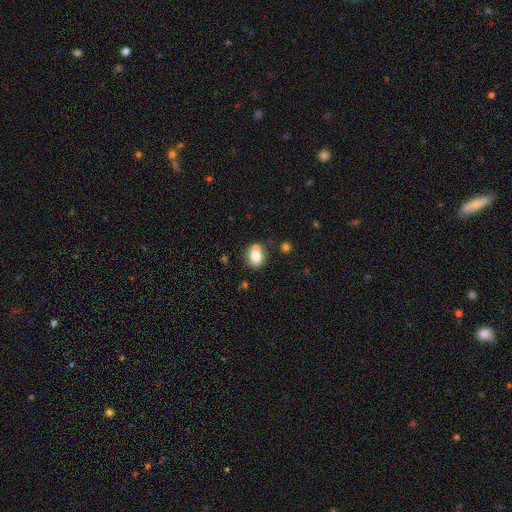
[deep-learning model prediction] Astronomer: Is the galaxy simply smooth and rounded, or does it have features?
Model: smooth — 76%.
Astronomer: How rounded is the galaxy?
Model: round — 59% (runner-up: in between, 40%).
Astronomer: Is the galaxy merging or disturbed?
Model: none — 57%.